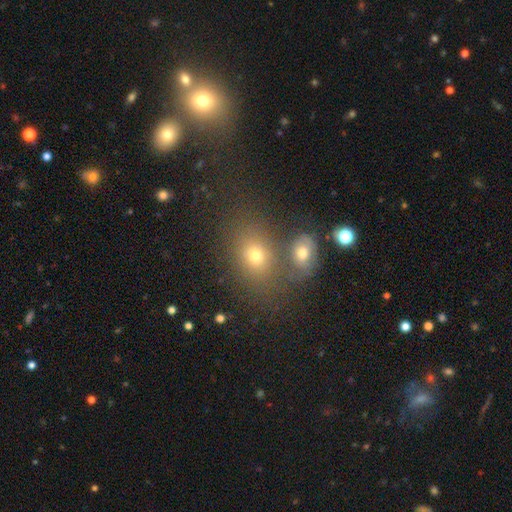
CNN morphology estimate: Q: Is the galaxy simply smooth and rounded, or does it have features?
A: smooth — 68%.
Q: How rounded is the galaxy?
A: in between — 63%.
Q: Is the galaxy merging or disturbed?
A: none — 58%.